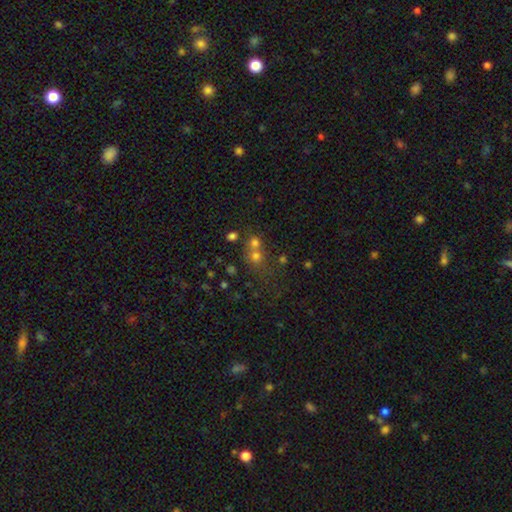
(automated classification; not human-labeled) Smooth or featured? Predicted: smooth (p=0.59). How rounded? Predicted: round (p=0.82). Merging? Predicted: merger (p=0.47).